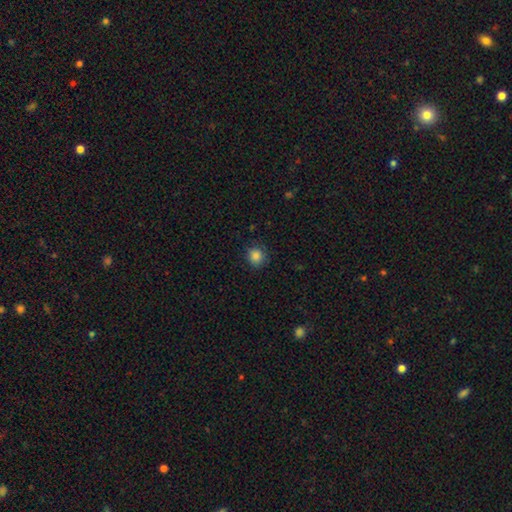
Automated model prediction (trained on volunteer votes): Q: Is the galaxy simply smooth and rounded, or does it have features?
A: smooth — 85%.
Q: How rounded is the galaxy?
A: round — 90%.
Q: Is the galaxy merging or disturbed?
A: none — 87%.